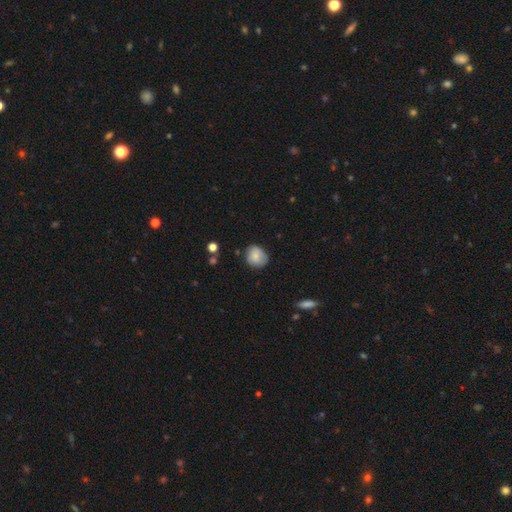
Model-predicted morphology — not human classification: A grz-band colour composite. It shows a smooth galaxy with no disk features (80%) that is round (69%). Merging: none (73%).